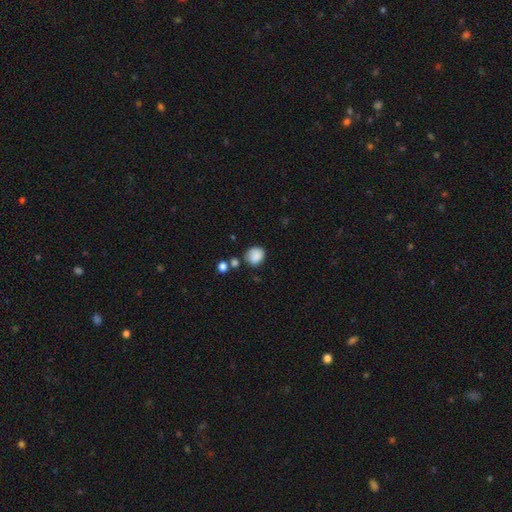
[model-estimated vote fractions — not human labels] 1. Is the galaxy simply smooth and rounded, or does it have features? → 86% smooth, 9% star or artifact, 6% featured or disk.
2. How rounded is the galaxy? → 64% round, 35% in between, 1% cigar-shaped.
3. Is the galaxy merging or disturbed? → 65% none, 20% minor disturbance, 9% merger, 6% major disturbance.